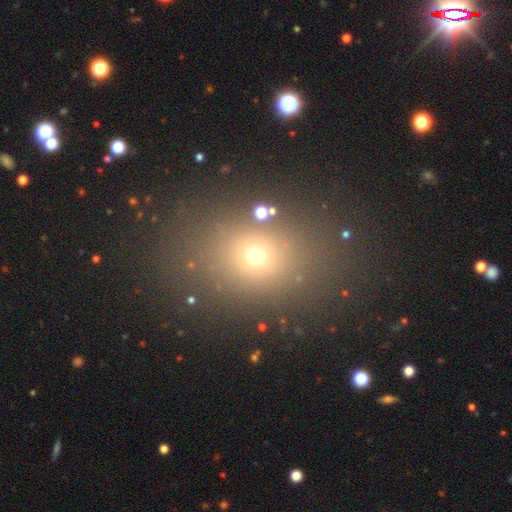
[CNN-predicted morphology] A smooth galaxy with no disk features (65%) that is in between round and cigar-shaped (50%). Merging: none (80%).